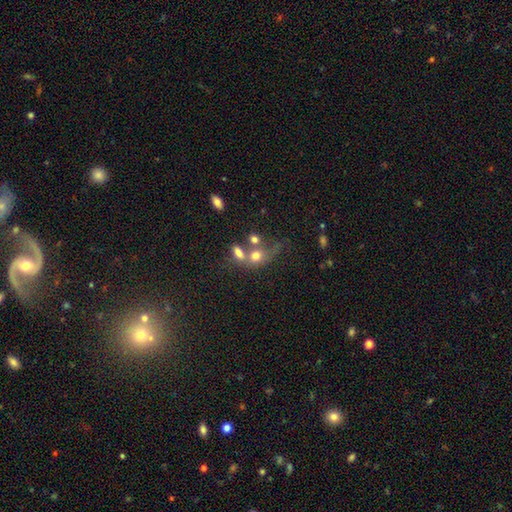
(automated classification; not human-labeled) Q: Smooth or featured?
A: smooth (70%); runner-up: featured or disk (17%)
Q: How rounded?
A: in between (52%); runner-up: round (44%)
Q: Merging?
A: merger (50%); runner-up: none (25%)